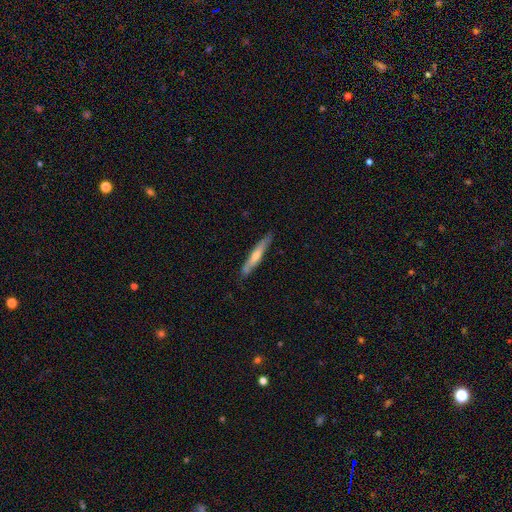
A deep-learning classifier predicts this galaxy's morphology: smooth_or_featured: featured or disk (p=0.56) [alt: smooth p=0.38]
disk_edge_on: yes (p=0.91) [alt: no p=0.09]
edge_on_bulge: rounded (p=0.72) [alt: none p=0.23]
merging: none (p=0.85) [alt: minor disturbance p=0.12]